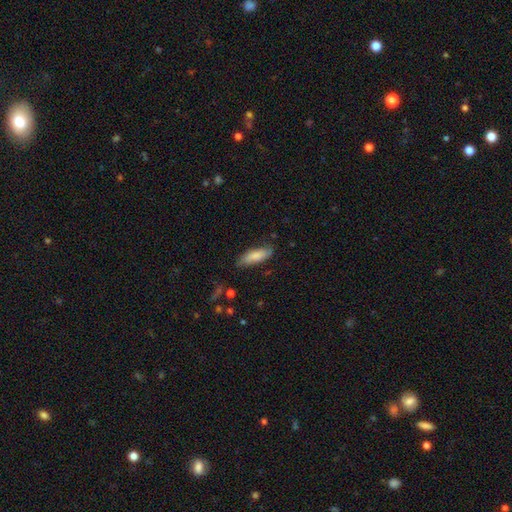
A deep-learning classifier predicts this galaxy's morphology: Smooth or featured? smooth (81%)
How rounded? in between (55%)
Merging? none (75%)